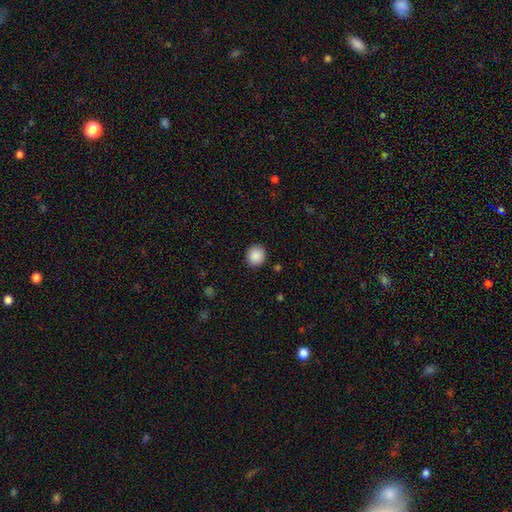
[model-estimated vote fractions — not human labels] The model was most divided on "how rounded": round: 88%, in between: 11%, cigar-shaped: 1%. More confident: merging — none (91%); smooth or featured — smooth (89%).